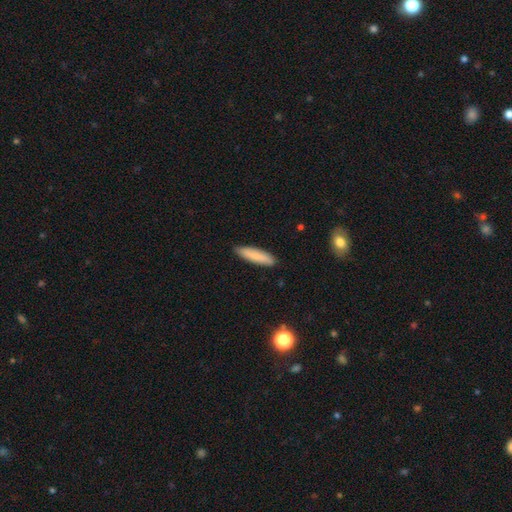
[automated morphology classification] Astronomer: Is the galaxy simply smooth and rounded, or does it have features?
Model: smooth — 82%.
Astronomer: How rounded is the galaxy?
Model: cigar-shaped — 79%.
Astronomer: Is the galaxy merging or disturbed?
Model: none — 88%.